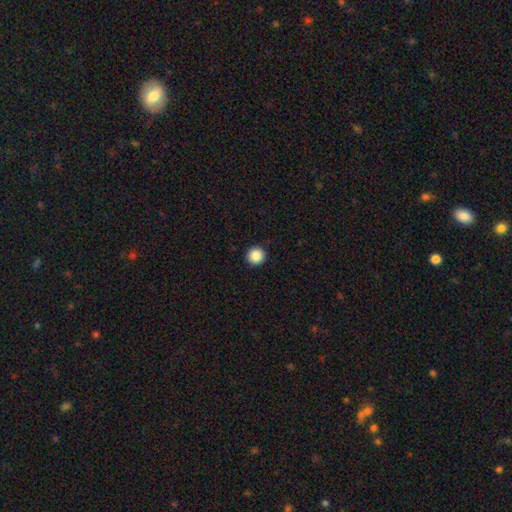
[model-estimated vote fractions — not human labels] smooth_or_featured: smooth (p=0.88) [alt: star or artifact p=0.09]
how_rounded: round (p=0.96) [alt: in between p=0.03]
merging: none (p=0.93) [alt: minor disturbance p=0.05]